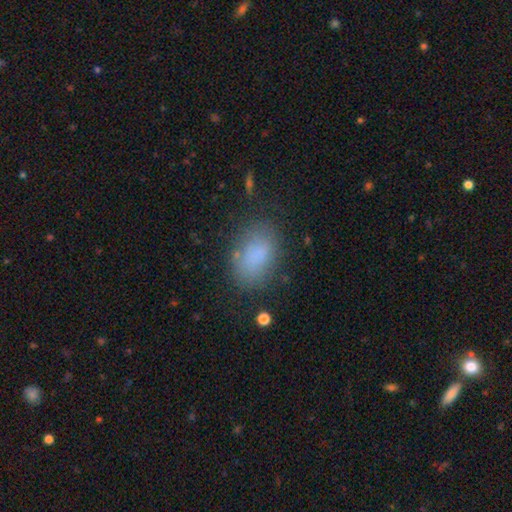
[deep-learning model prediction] Smooth or featured?
  - smooth: 82% *
  - star or artifact: 10%
  - featured or disk: 9%
How rounded?
  - in between: 85% *
  - round: 13%
  - cigar-shaped: 2%
Merging?
  - none: 74% *
  - minor disturbance: 17%
  - major disturbance: 6%
  - merger: 3%